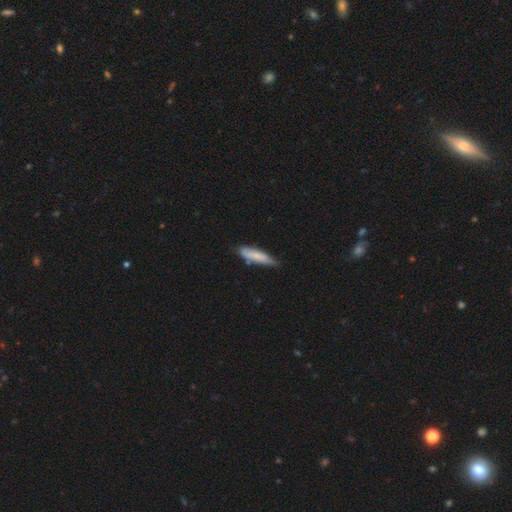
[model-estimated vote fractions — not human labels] Morphology: type=smooth (74%); roundness=cigar-shaped (74%); merging=none (64%).